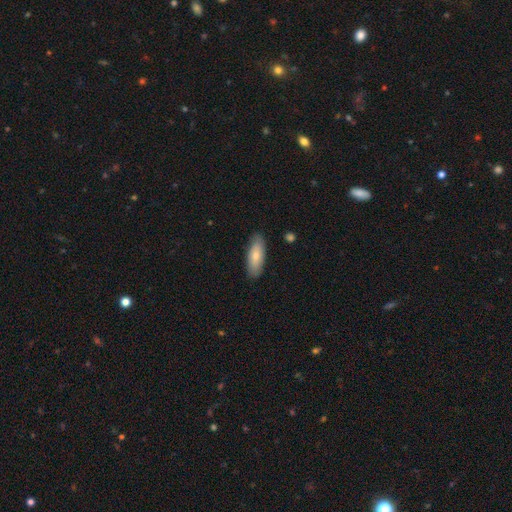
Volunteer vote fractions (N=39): Q: Smooth or featured?
A: smooth (85%); runner-up: featured or disk (13%)
Q: How rounded?
A: in between (58%); runner-up: cigar-shaped (39%)
Q: Merging?
A: none (95%); runner-up: minor disturbance (5%)